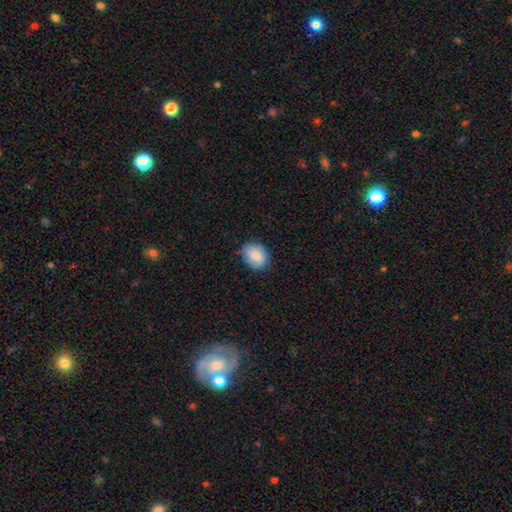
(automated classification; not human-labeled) The model was most divided on "how rounded": in between: 61%, round: 38%, cigar-shaped: 1%. More confident: smooth or featured — smooth (84%); merging — none (79%).